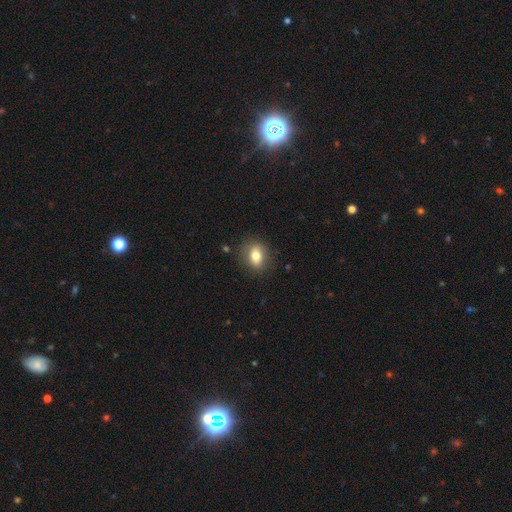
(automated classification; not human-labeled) Morphology: type=smooth (77%); roundness=in between (59%); merging=none (85%).